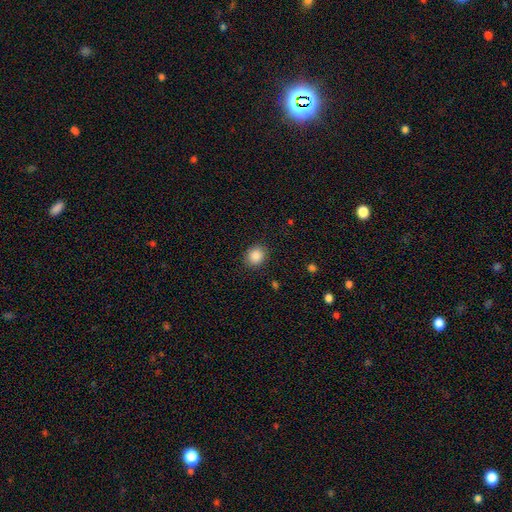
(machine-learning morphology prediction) Q: Smooth or featured?
A: smooth (87%); runner-up: star or artifact (9%)
Q: How rounded?
A: round (74%); runner-up: in between (25%)
Q: Merging?
A: none (88%); runner-up: minor disturbance (8%)